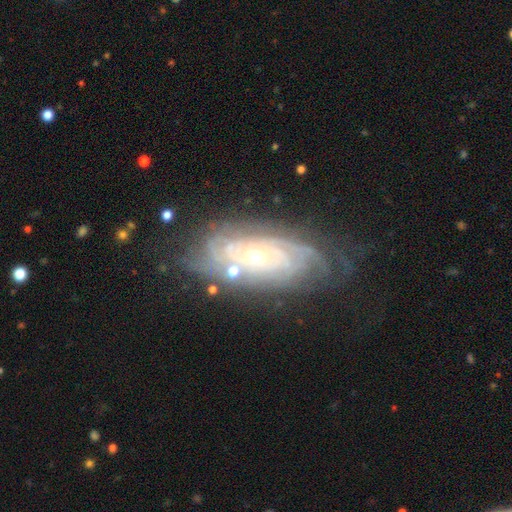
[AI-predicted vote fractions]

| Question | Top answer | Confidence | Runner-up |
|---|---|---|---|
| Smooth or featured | featured or disk | 86% | smooth (8%) |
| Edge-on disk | no | 92% | yes (8%) |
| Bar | no | 77% | weak (16%) |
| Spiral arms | yes | 95% | no (5%) |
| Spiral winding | tight | 82% | medium (15%) |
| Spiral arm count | can't tell | 39% | more than 4 (17%) |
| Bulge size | small | 64% | moderate (32%) |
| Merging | none | 73% | minor disturbance (18%) |